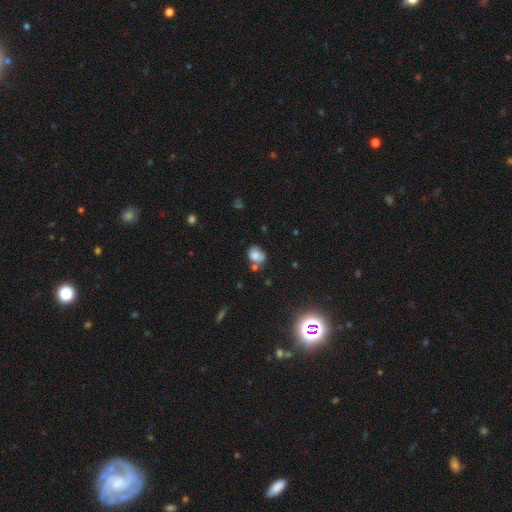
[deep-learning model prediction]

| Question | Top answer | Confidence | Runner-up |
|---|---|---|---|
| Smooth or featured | smooth | 77% | featured or disk (12%) |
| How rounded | in between | 52% | round (46%) |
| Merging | none | 52% | minor disturbance (21%) |